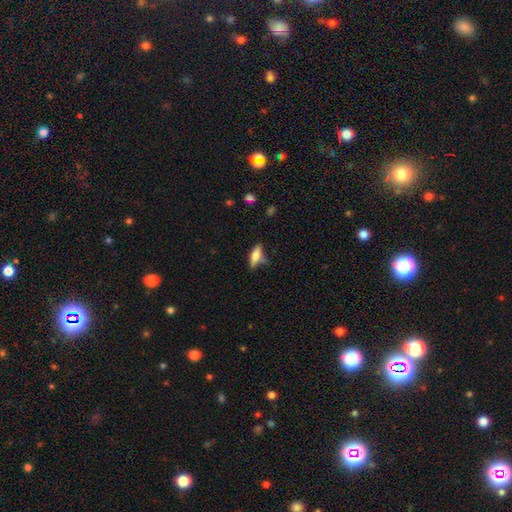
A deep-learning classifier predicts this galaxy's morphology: smooth_or_featured: smooth (p=0.62) [alt: featured or disk p=0.30]
how_rounded: in between (p=0.62) [alt: cigar-shaped p=0.35]
merging: none (p=0.57) [alt: minor disturbance p=0.27]